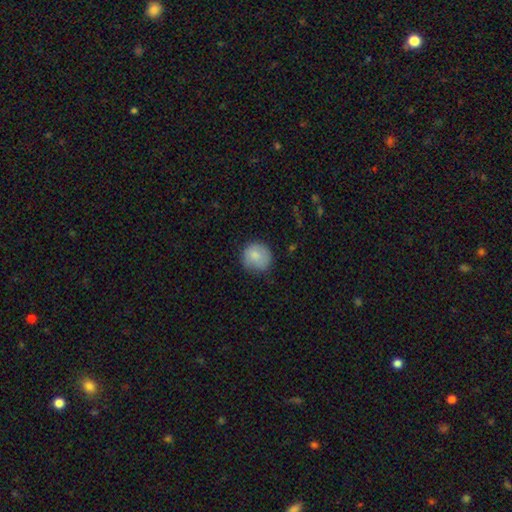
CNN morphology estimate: type=smooth (81%); roundness=round (89%); merging=none (74%).